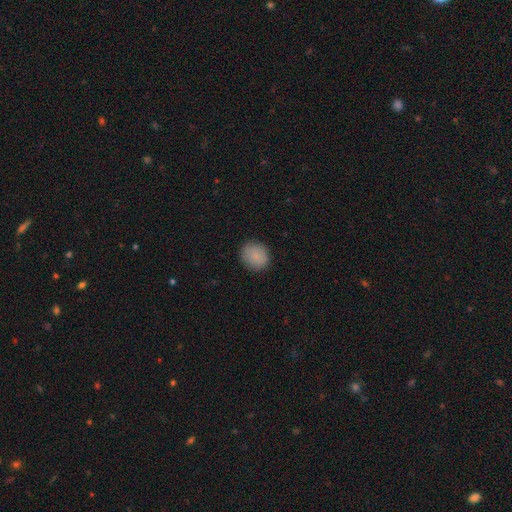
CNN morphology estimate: Smooth or featured? Predicted: smooth (p=0.86). How rounded? Predicted: round (p=0.76). Merging? Predicted: none (p=0.86).